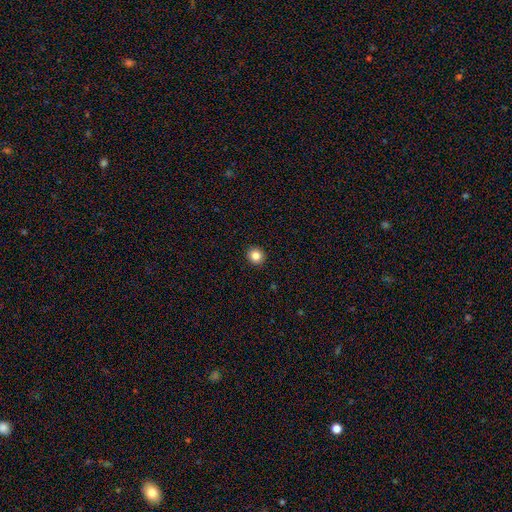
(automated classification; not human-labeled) Smooth or featured: smooth — 85% (star or artifact — 10%)
How rounded: round — 90% (in between — 9%)
Merging: none — 93% (minor disturbance — 4%)